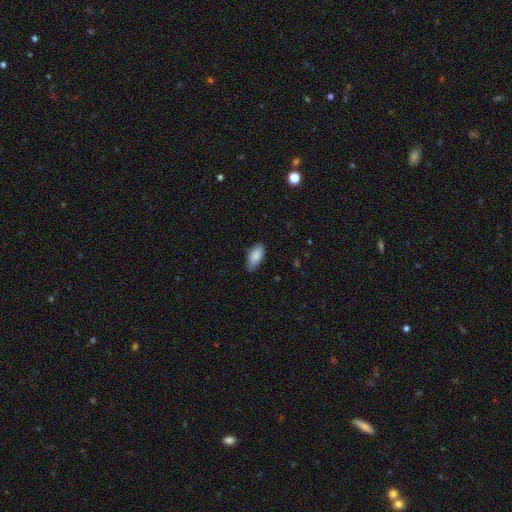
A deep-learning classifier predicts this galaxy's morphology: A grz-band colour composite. It shows a smooth galaxy with no disk features (86%) that is in between round and cigar-shaped (90%). Merging: none (71%).